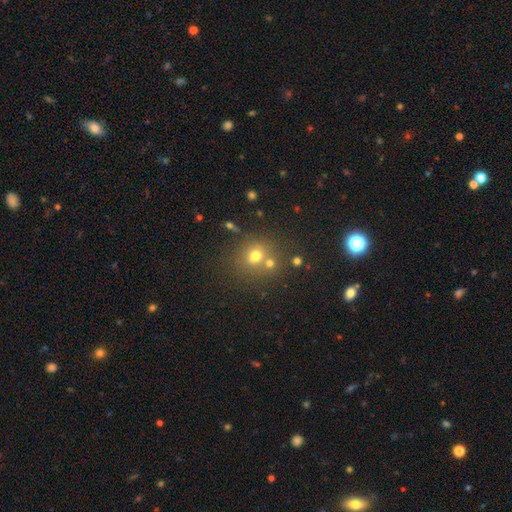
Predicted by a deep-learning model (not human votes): Q: Smooth or featured?
A: smooth (67%); runner-up: star or artifact (19%)
Q: How rounded?
A: round (75%); runner-up: in between (24%)
Q: Merging?
A: none (58%); runner-up: merger (27%)